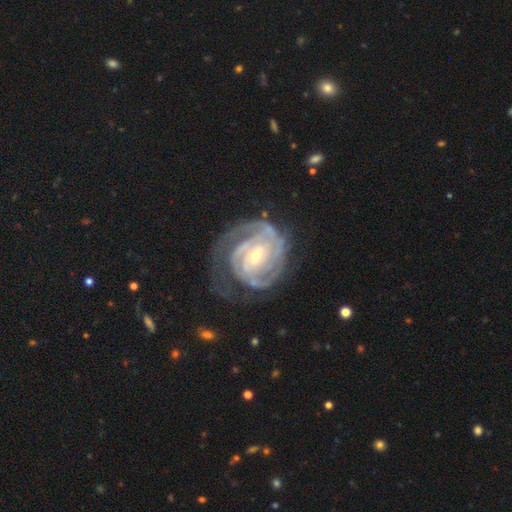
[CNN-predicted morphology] Smooth or featured: featured or disk — 91% (smooth — 5%)
Edge-on disk: no — 98% (yes — 2%)
Bar: weak — 45% (no — 34%)
Spiral arms: yes — 97% (no — 3%)
Spiral winding: tight — 76% (medium — 21%)
Spiral arm count: 2 — 39% (can't tell — 22%)
Bulge size: small — 62% (moderate — 34%)
Merging: none — 61% (minor disturbance — 21%)